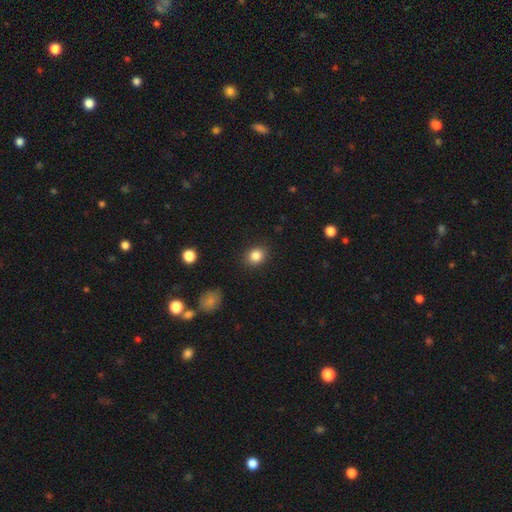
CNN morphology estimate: This appears to be a smooth galaxy with no disk features (85%) that is round (63%). Merging: none (88%).